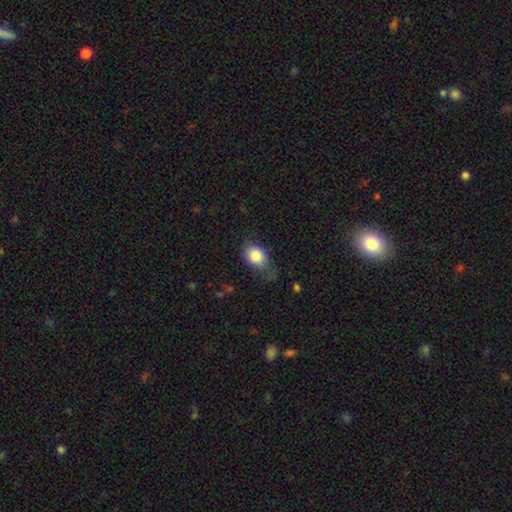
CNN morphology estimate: Smooth or featured?
  - smooth: 84% *
  - featured or disk: 9%
  - star or artifact: 7%
How rounded?
  - in between: 75% *
  - round: 24%
  - cigar-shaped: 1%
Merging?
  - none: 53% *
  - minor disturbance: 30%
  - major disturbance: 15%
  - merger: 2%